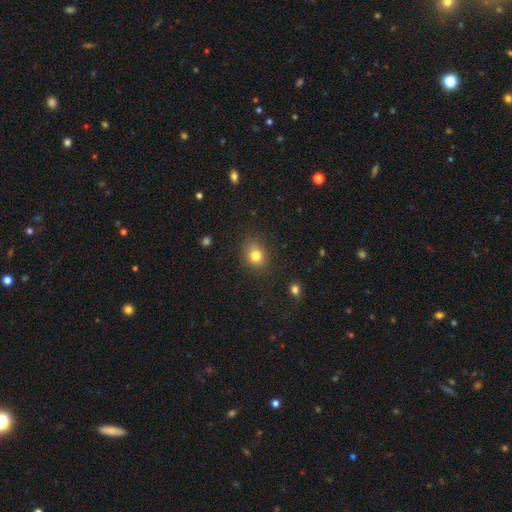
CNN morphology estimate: Smooth or featured? Predicted: smooth (p=0.81). How rounded? Predicted: round (p=0.58). Merging? Predicted: none (p=0.82).